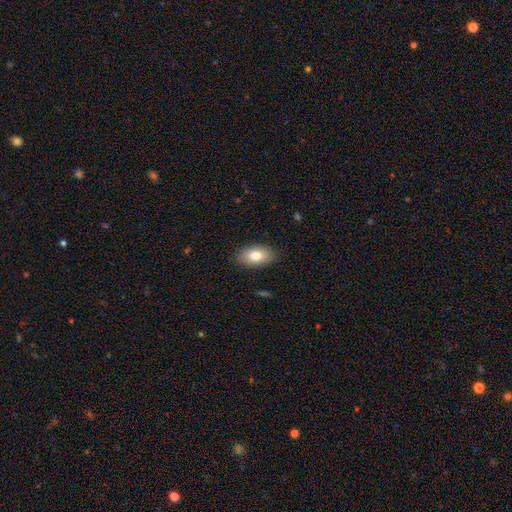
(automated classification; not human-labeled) Smooth or featured?
  - smooth: 81% *
  - featured or disk: 12%
  - star or artifact: 7%
How rounded?
  - in between: 92% *
  - round: 6%
  - cigar-shaped: 2%
Merging?
  - none: 87% *
  - minor disturbance: 10%
  - major disturbance: 2%
  - merger: 1%